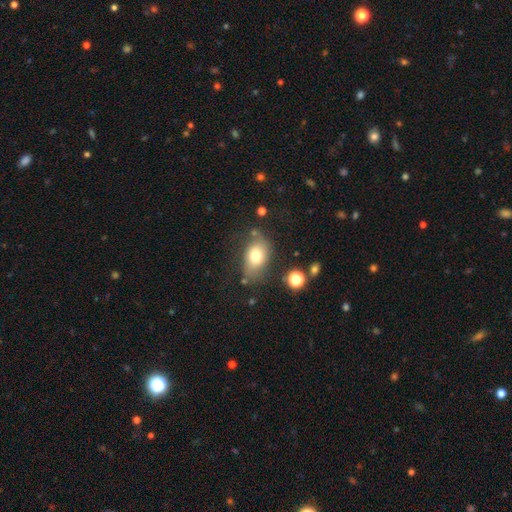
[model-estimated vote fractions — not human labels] Morphology: type=smooth (74%); roundness=in between (81%); merging=none (64%).